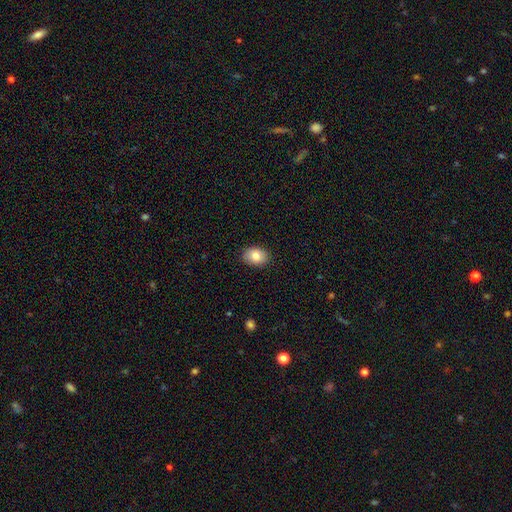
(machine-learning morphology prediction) smooth_or_featured: smooth (p=0.84) [alt: featured or disk p=0.08]
how_rounded: in between (p=0.73) [alt: round p=0.26]
merging: none (p=0.89) [alt: minor disturbance p=0.08]